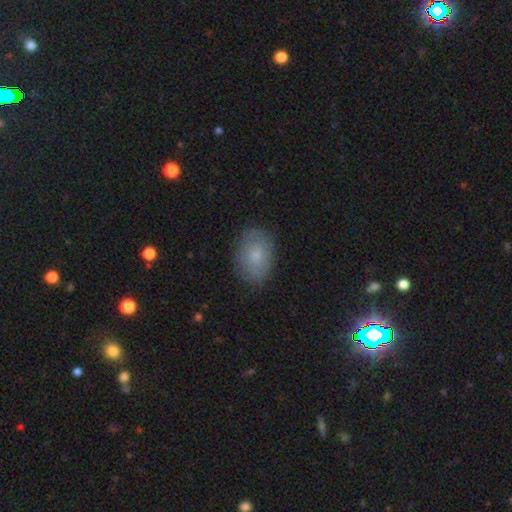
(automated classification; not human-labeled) Smooth or featured: smooth — 74% (featured or disk — 17%)
How rounded: in between — 82% (round — 17%)
Merging: none — 82% (minor disturbance — 14%)